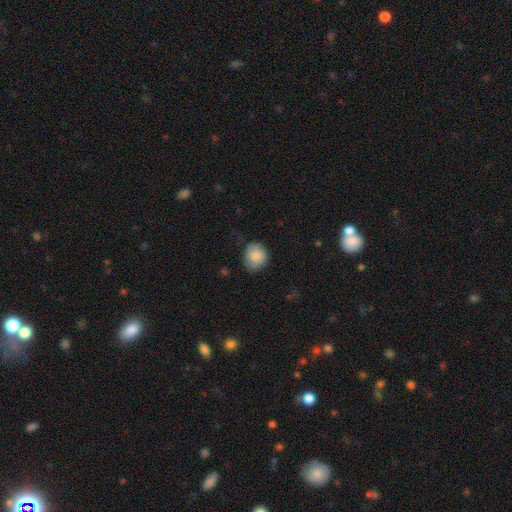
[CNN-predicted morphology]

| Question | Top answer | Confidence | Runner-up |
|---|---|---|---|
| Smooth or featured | smooth | 86% | star or artifact (7%) |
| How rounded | round | 74% | in between (25%) |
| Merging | none | 73% | minor disturbance (22%) |